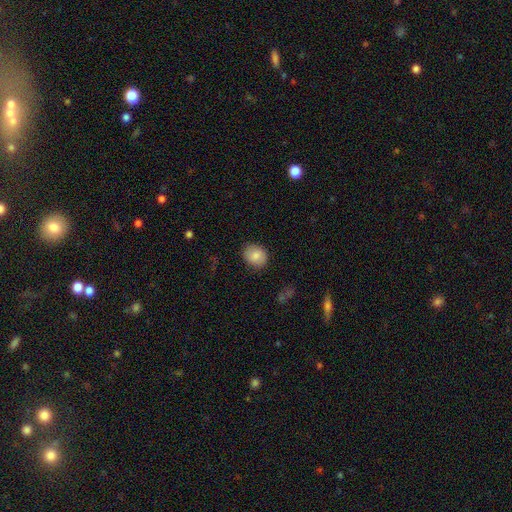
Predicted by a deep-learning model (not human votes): smooth 84%, featured or disk 9%, star or artifact 8%. Down the decision tree: how rounded — round (58%); merging — none (85%).